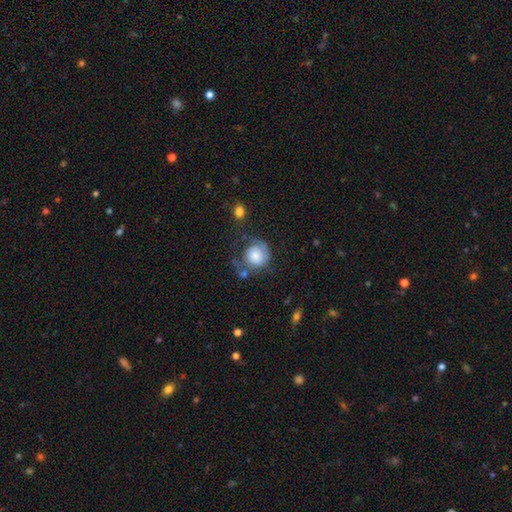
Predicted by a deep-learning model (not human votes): smooth-or-featured: smooth: 60% | featured or disk: 33% | star or artifact: 8%
  how-rounded: round: 83% | in between: 16% | cigar-shaped: 1%
  merging: none: 42% | major disturbance: 27% | minor disturbance: 24% | merger: 8%